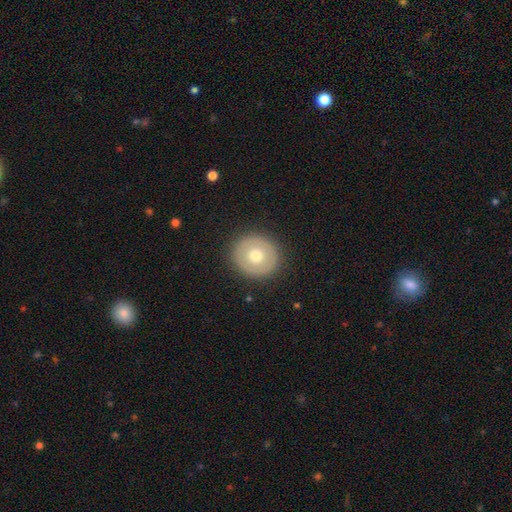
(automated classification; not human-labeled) Smooth or featured?
  - smooth: 61% *
  - featured or disk: 32%
  - star or artifact: 7%
How rounded?
  - round: 89% *
  - in between: 10%
  - cigar-shaped: 1%
Merging?
  - none: 91% *
  - minor disturbance: 6%
  - major disturbance: 2%
  - merger: 1%